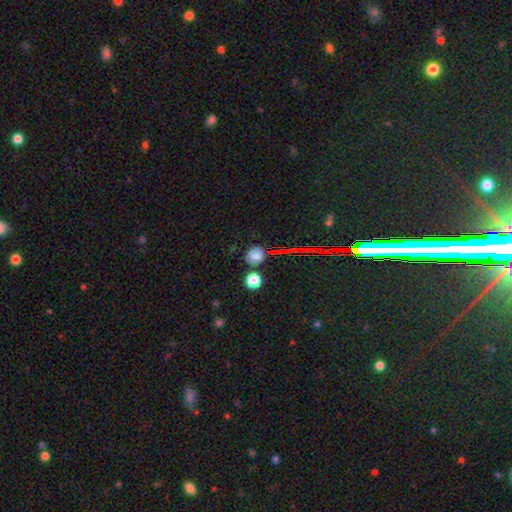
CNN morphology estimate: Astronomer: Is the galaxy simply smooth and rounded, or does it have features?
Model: smooth — 75%.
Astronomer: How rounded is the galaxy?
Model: round — 77%.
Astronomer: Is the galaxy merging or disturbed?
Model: none — 76%.